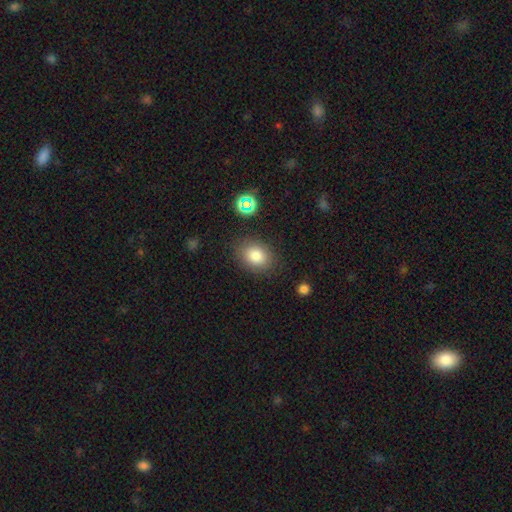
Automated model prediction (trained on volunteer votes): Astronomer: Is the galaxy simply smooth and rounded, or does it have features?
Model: smooth — 81%.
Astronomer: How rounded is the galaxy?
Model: in between — 62%.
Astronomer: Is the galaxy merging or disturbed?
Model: none — 82%.